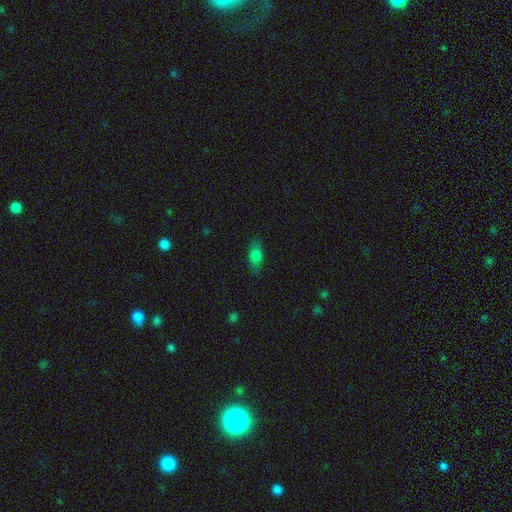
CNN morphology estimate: Smooth or featured? smooth (74%)
How rounded? in between (78%)
Merging? none (79%)